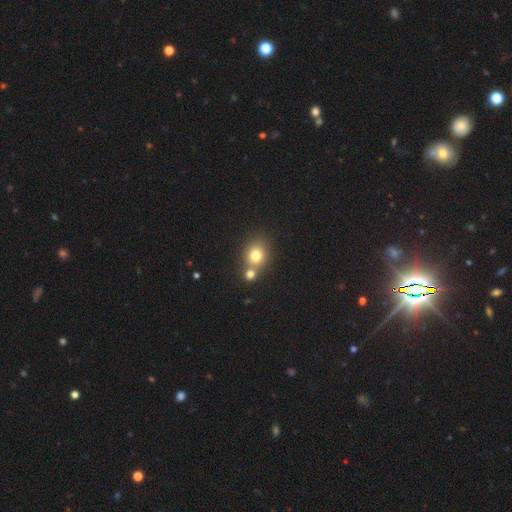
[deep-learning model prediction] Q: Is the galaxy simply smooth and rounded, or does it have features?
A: smooth — 76%.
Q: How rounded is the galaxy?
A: round — 68%.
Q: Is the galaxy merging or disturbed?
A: none — 52%.